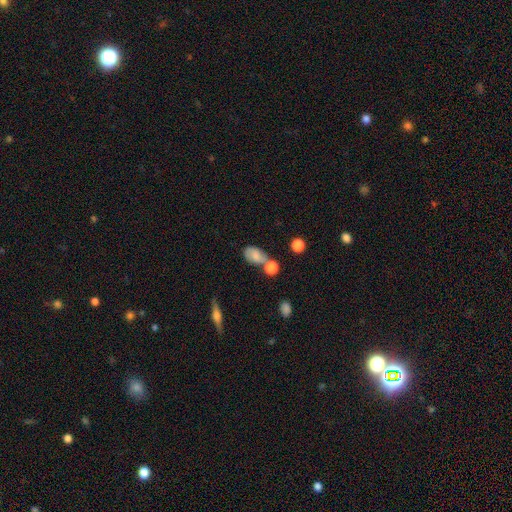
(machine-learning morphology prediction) smooth_or_featured: smooth (p=0.74) [alt: featured or disk p=0.15]
how_rounded: in between (p=0.85) [alt: round p=0.13]
merging: none (p=0.44) [alt: merger p=0.30]